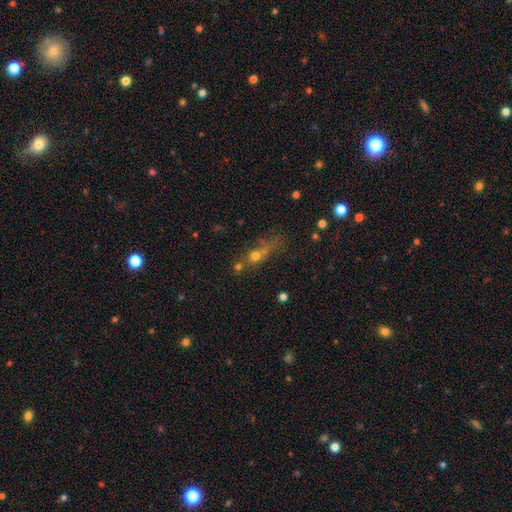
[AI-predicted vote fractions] Smooth or featured? Predicted: smooth (p=0.56). How rounded? Predicted: round (p=0.59). Merging? Predicted: none (p=0.39).